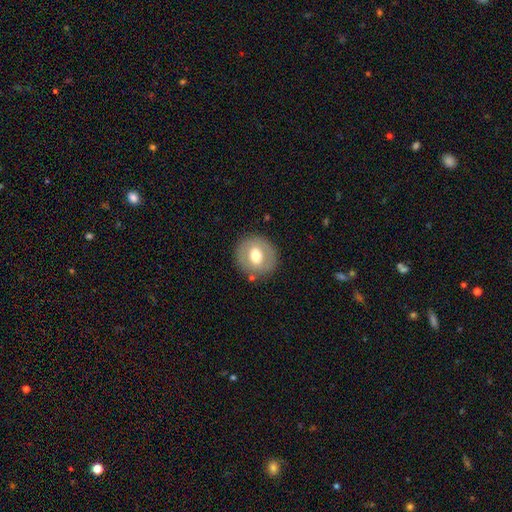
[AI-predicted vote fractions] Morphology: type=smooth (60%); roundness=round (83%); merging=none (84%).